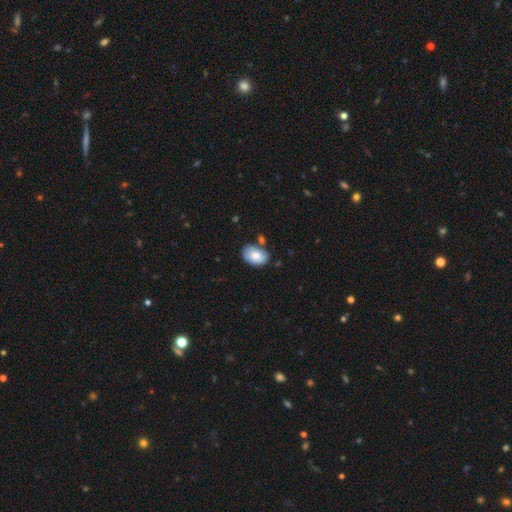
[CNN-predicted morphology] Smooth or featured? Predicted: smooth (p=0.79). How rounded? Predicted: in between (p=0.87). Merging? Predicted: none (p=0.69).